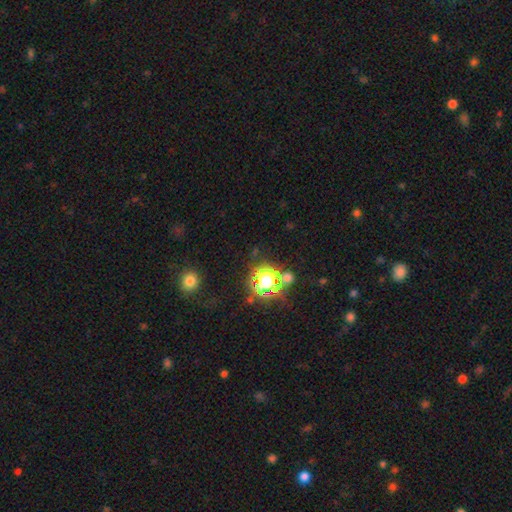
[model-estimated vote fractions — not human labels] A star or artifact, not a galaxy (70%).